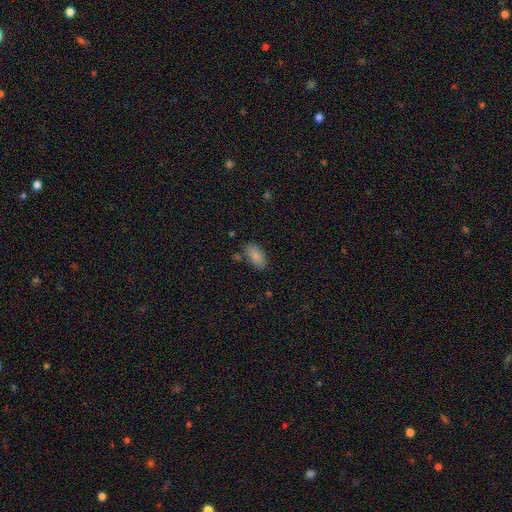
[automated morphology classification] This appears to be a smooth galaxy with no disk features (87%) that is in between round and cigar-shaped (93%). Merging: none (77%).